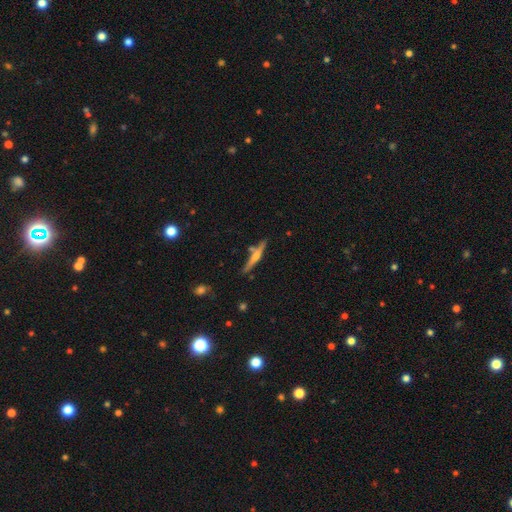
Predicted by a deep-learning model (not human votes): Smooth or featured?
  - featured or disk: 62% *
  - smooth: 32%
  - star or artifact: 6%
Edge-on disk?
  - yes: 97% *
  - no: 3%
Edge-on bulge?
  - rounded: 79% *
  - none: 13%
  - boxy: 8%
Merging?
  - none: 79% *
  - minor disturbance: 11%
  - merger: 7%
  - major disturbance: 2%